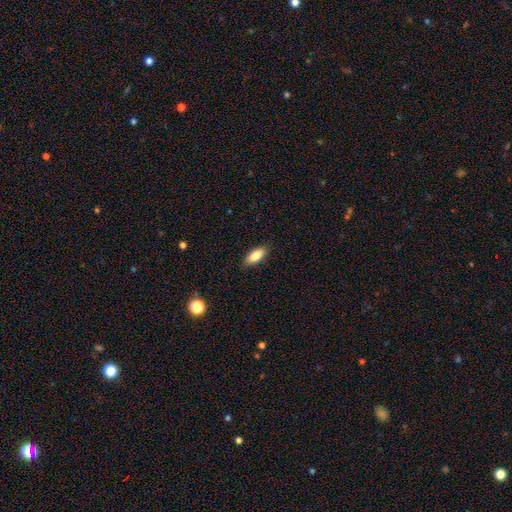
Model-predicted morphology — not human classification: Smooth or featured? smooth (87%)
How rounded? in between (83%)
Merging? none (86%)